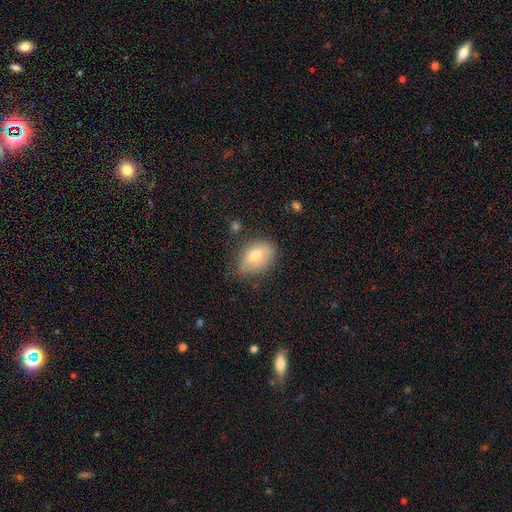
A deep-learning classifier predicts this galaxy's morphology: smooth 69%, featured or disk 23%, star or artifact 9%. Down the decision tree: how rounded — in between (80%); merging — none (59%).